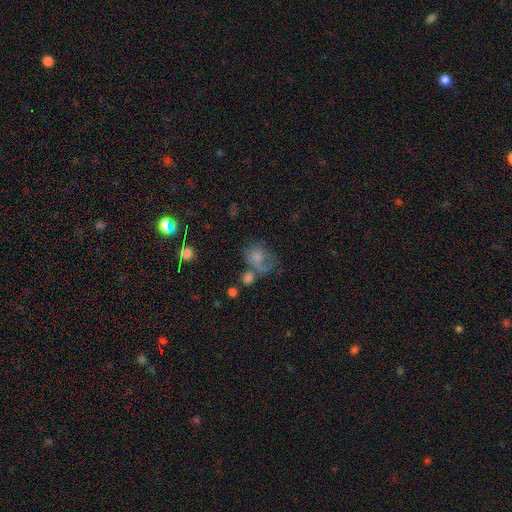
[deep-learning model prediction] Q: Smooth or featured?
A: smooth (45%); runner-up: featured or disk (29%)
Q: Merging?
A: none (45%); runner-up: minor disturbance (20%)